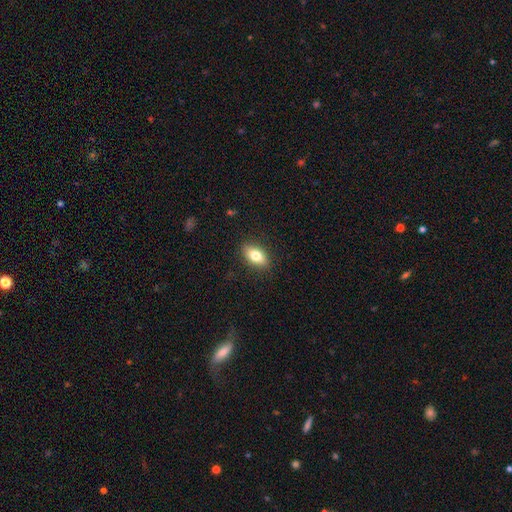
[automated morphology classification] This appears to be a smooth galaxy with no disk features (77%) that is in between round and cigar-shaped (86%). Merging: none (88%).